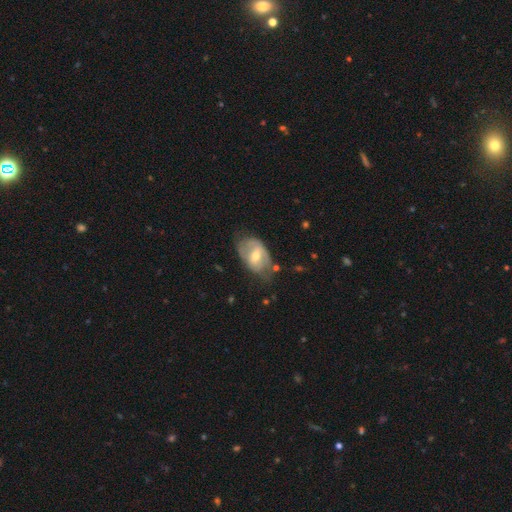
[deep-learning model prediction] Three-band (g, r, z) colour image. It shows a featured or disk galaxy (57%) with a weak bar (46%), spiral arms (55%) and a moderate central bulge (61%). Merging: none (52%).